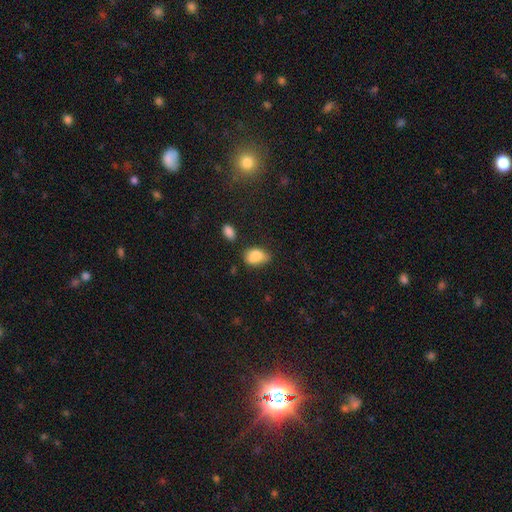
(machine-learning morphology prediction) Smooth or featured?
  - smooth: 83% *
  - featured or disk: 9%
  - star or artifact: 8%
How rounded?
  - in between: 86% *
  - round: 13%
  - cigar-shaped: 2%
Merging?
  - none: 50% *
  - minor disturbance: 34%
  - merger: 8%
  - major disturbance: 8%